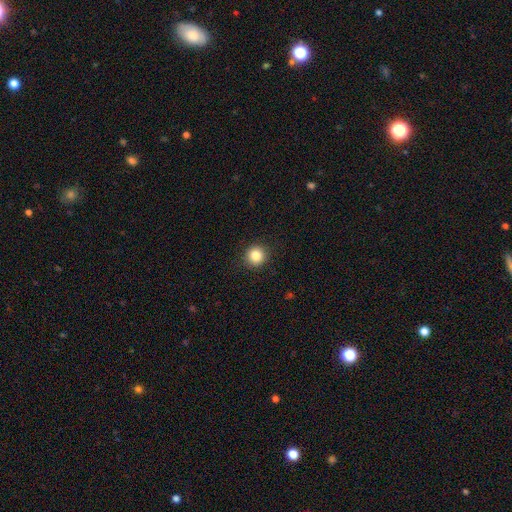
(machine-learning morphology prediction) Smooth or featured: smooth — 84% (star or artifact — 10%)
How rounded: round — 93% (in between — 6%)
Merging: none — 91% (minor disturbance — 6%)